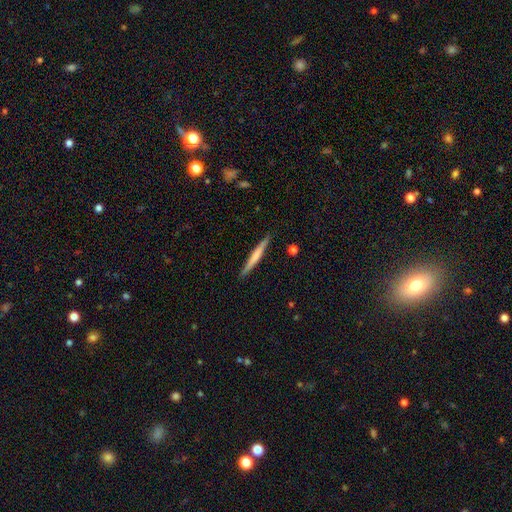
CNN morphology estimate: A smooth galaxy with no disk features (52%) that is cigar-shaped (96%).

Vote fractions:
- Smooth or featured? smooth: 52% / featured or disk: 43% / star or artifact: 5%
- How rounded? cigar-shaped: 96% / in between: 2% / round: 1%
- Merging? none: 91% / minor disturbance: 7% / major disturbance: 1% / merger: 1%